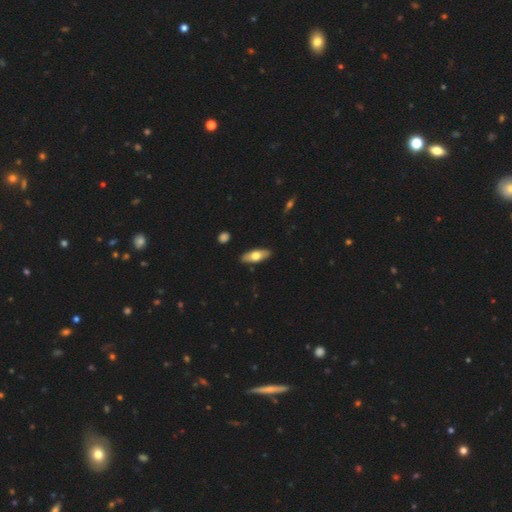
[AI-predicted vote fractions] smooth 62%, featured or disk 32%, star or artifact 6%. Down the decision tree: how rounded — in between (72%); merging — none (88%).